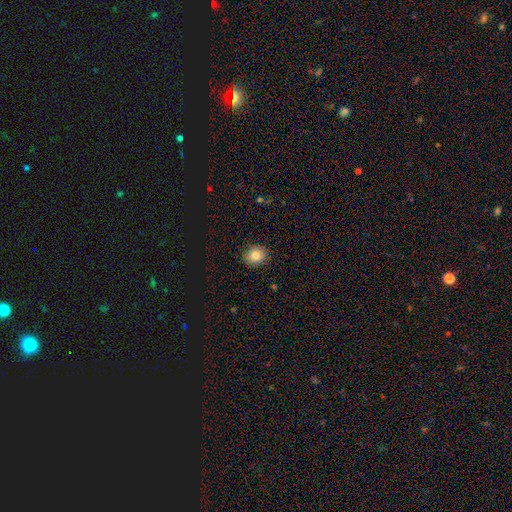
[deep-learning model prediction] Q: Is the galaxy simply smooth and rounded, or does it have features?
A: smooth — 83%.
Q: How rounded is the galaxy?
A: round — 65%.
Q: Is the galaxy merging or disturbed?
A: none — 89%.